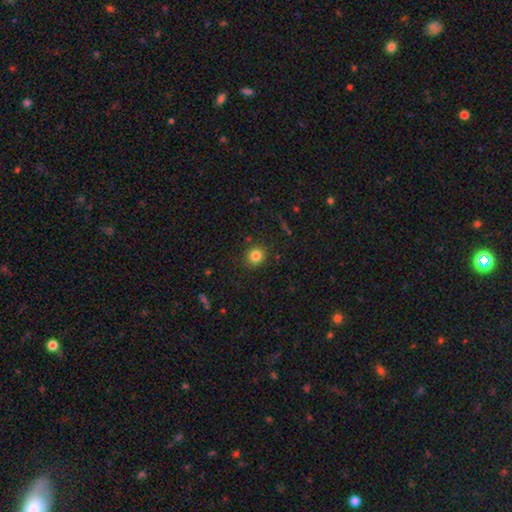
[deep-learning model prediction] smooth-or-featured: smooth: 83% | star or artifact: 12% | featured or disk: 5%
  how-rounded: round: 87% | in between: 13% | cigar-shaped: 1%
  merging: none: 87% | minor disturbance: 8% | major disturbance: 3% | merger: 2%